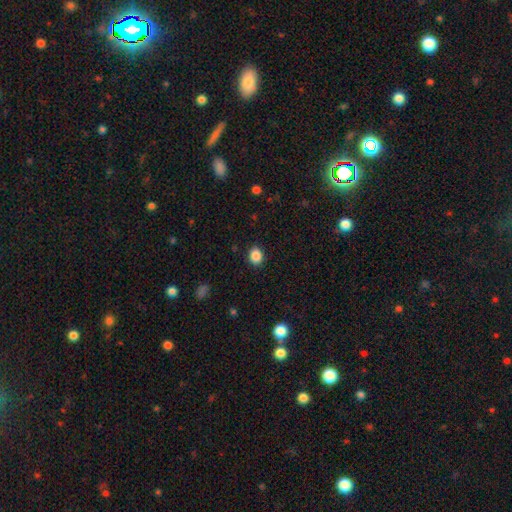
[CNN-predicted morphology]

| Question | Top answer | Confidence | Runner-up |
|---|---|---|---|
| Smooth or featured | smooth | 88% | star or artifact (9%) |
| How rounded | in between | 52% | round (47%) |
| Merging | none | 89% | minor disturbance (8%) |